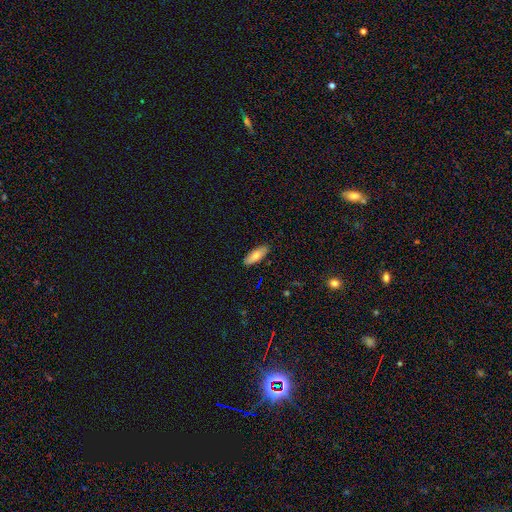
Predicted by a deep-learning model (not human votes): Smooth or featured? Predicted: smooth (p=0.79). How rounded? Predicted: in between (p=0.68). Merging? Predicted: none (p=0.87).